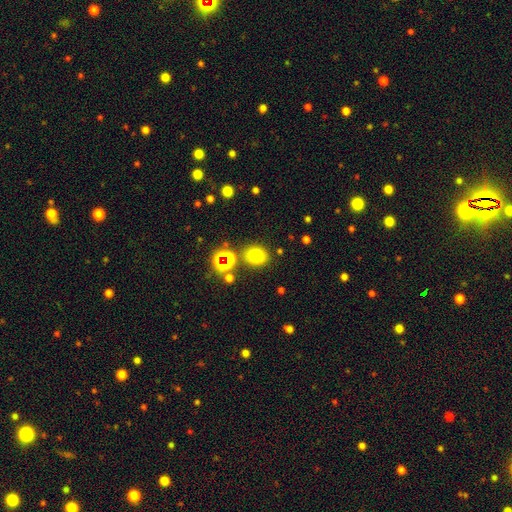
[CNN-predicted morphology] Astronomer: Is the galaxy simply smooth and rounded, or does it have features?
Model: smooth — 75%.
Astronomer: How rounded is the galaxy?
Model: round — 59% (runner-up: in between, 40%).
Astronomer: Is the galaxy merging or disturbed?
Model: none — 79%.